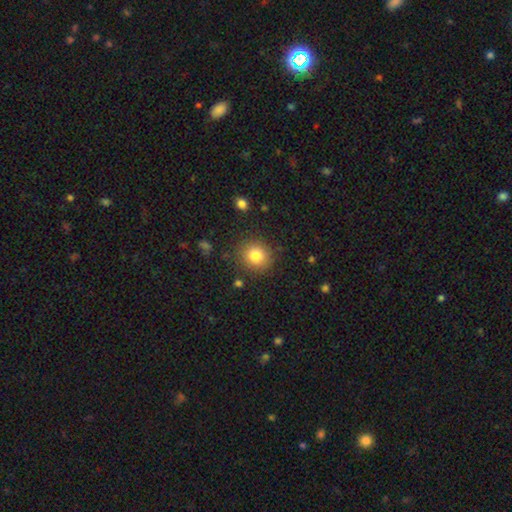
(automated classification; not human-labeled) Smooth or featured?
  - smooth: 81% *
  - star or artifact: 11%
  - featured or disk: 8%
How rounded?
  - round: 87% *
  - in between: 12%
  - cigar-shaped: 1%
Merging?
  - none: 87% *
  - minor disturbance: 8%
  - major disturbance: 3%
  - merger: 2%